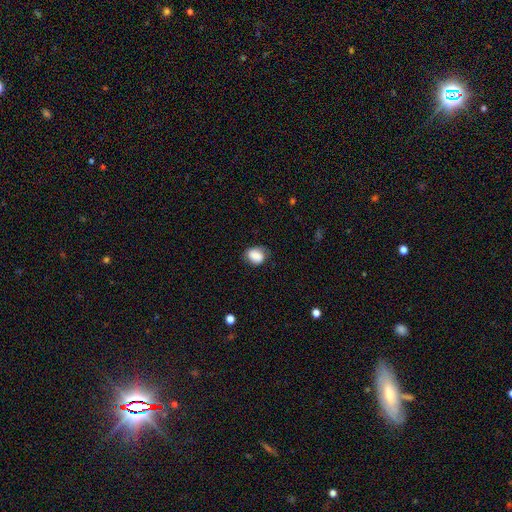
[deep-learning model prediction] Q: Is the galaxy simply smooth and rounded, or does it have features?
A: smooth — 83%.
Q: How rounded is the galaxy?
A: in between — 59%.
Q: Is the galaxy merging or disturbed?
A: none — 64%.